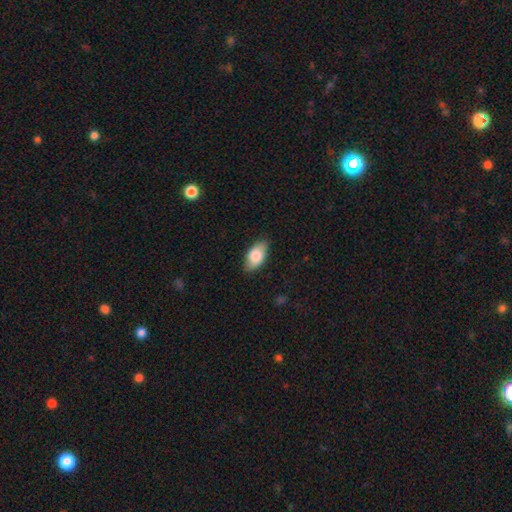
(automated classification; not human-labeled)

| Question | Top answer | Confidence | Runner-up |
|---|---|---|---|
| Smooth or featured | smooth | 80% | featured or disk (14%) |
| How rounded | in between | 93% | round (3%) |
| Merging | none | 85% | minor disturbance (12%) |